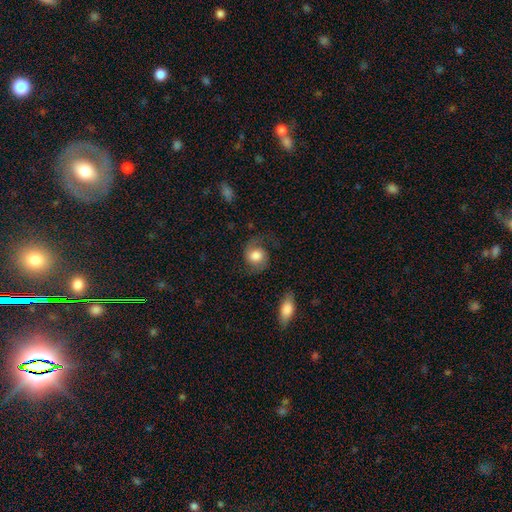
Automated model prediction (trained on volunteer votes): This is possibly a smooth galaxy (46%, tied with featured or disk). Merging: likely none (63%).